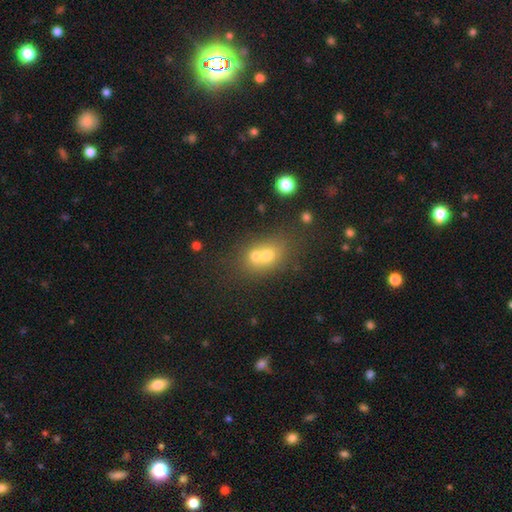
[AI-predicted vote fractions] smooth 65%, featured or disk 22%, star or artifact 13%. Down the decision tree: how rounded — round (52%); merging — merger (62%).